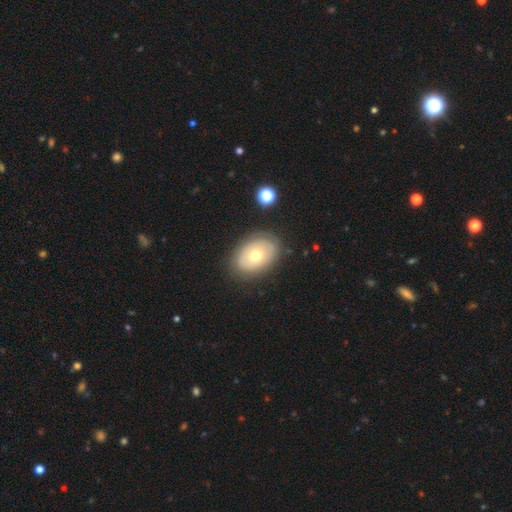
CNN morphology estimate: Smooth or featured?
  - smooth: 55% *
  - featured or disk: 37%
  - star or artifact: 8%
How rounded?
  - in between: 78% *
  - round: 21%
  - cigar-shaped: 1%
Merging?
  - none: 81% *
  - minor disturbance: 13%
  - major disturbance: 4%
  - merger: 2%